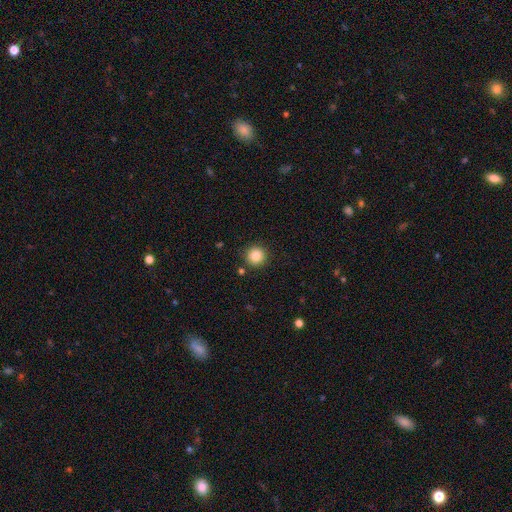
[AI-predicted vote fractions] Smooth or featured?
  - smooth: 85% *
  - star or artifact: 10%
  - featured or disk: 5%
How rounded?
  - round: 95% *
  - in between: 4%
  - cigar-shaped: 1%
Merging?
  - none: 90% *
  - minor disturbance: 6%
  - merger: 2%
  - major disturbance: 2%